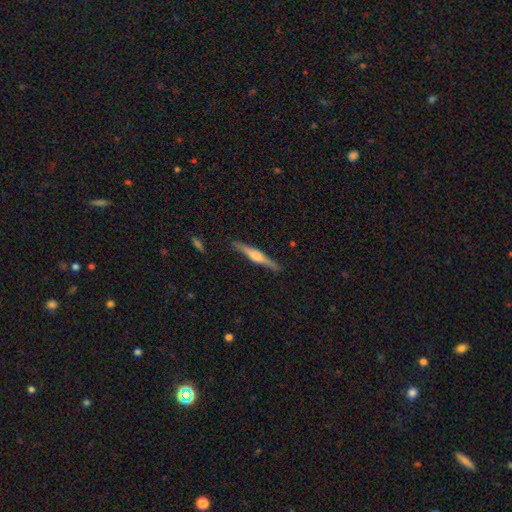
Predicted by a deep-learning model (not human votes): Smooth or featured? featured or disk (71%)
Edge-on disk? yes (98%)
Edge-on bulge? rounded (86%)
Merging? none (89%)